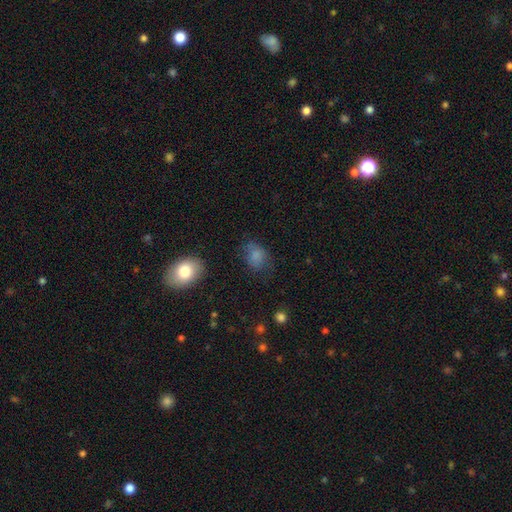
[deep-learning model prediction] Smooth or featured: smooth — 78% (star or artifact — 13%)
How rounded: in between — 59% (round — 40%)
Merging: none — 59% (minor disturbance — 26%)